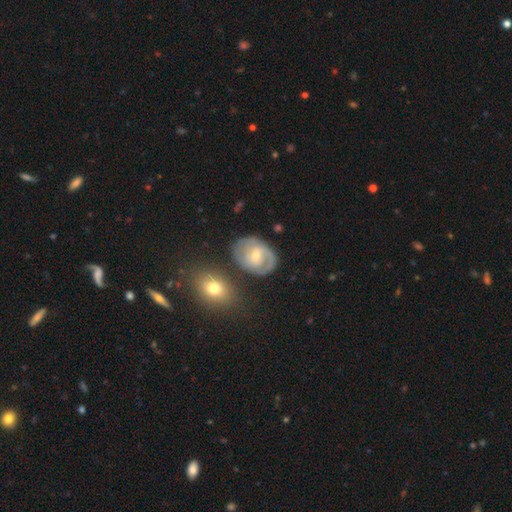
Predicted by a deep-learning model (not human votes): featured or disk 77%, smooth 17%, star or artifact 6%. Down the decision tree: edge-on disk — no (97%); bar — no (51%); spiral arms — yes (91%); spiral arm count — 2 (60%); spiral winding — tight (49%); bulge size — small (56%); merging — none (70%).